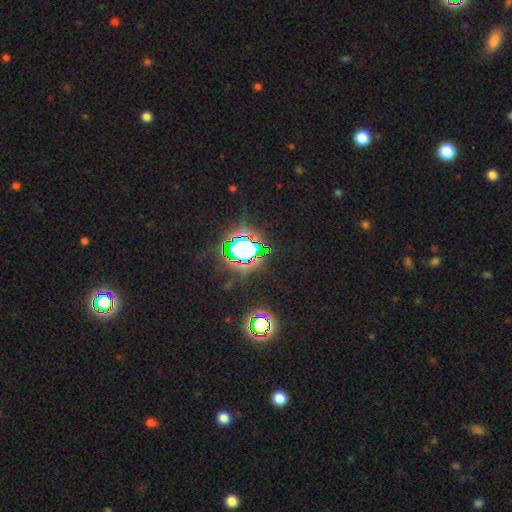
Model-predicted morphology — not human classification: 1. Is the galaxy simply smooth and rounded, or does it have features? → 80% star or artifact, 12% smooth, 8% featured or disk.